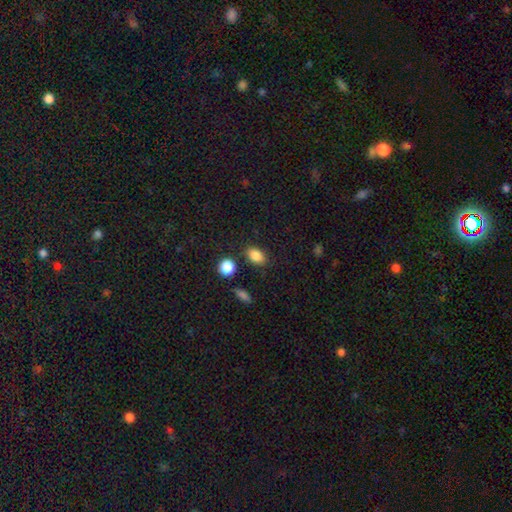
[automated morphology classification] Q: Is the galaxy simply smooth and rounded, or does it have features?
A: smooth — 85%.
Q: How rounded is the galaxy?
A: in between — 80%.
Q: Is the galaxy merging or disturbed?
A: none — 81%.